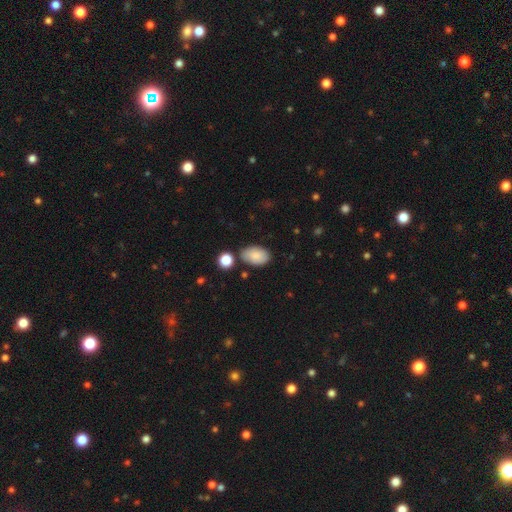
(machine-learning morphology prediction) Smooth or featured? smooth (86%)
How rounded? in between (92%)
Merging? none (77%)